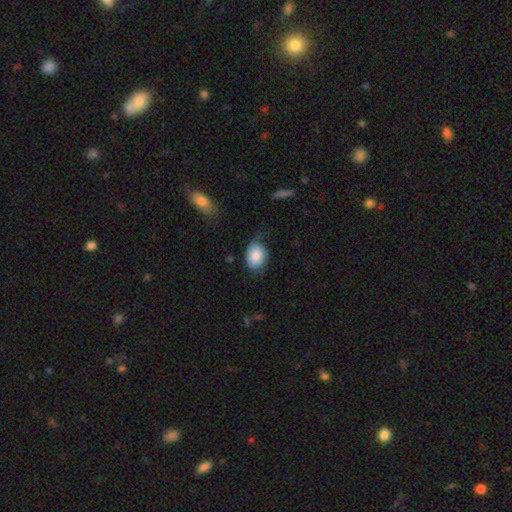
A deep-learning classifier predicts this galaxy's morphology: This appears to be a smooth galaxy with no disk features (82%) that is in between round and cigar-shaped (67%). Merging: none (49%).